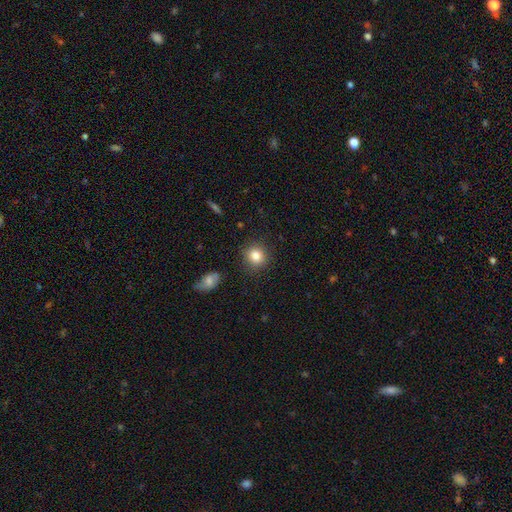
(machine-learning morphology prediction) Smooth or featured: smooth — 84% (star or artifact — 10%)
How rounded: round — 90% (in between — 9%)
Merging: none — 89% (minor disturbance — 7%)